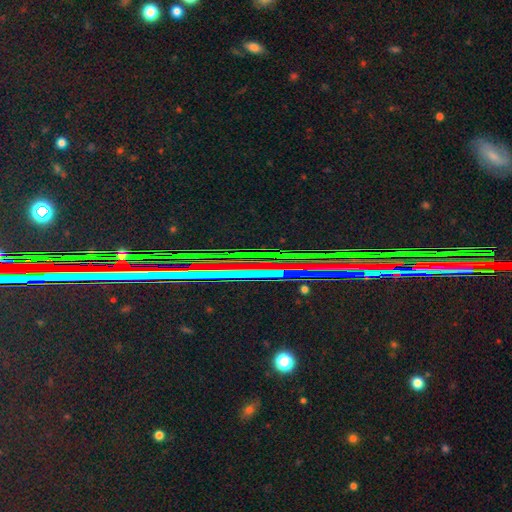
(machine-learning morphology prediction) This appears to be a star or artifact, not a galaxy (85%).